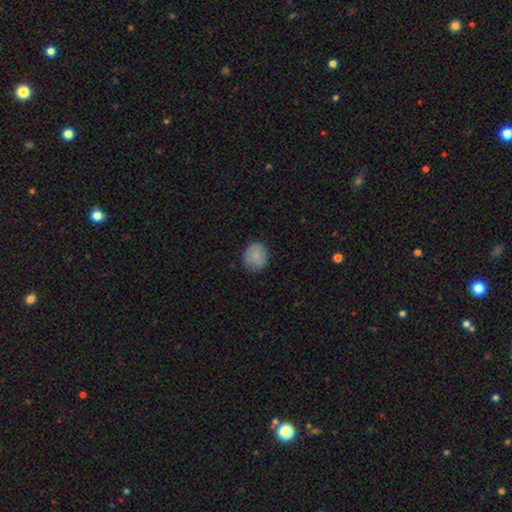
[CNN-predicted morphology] This appears to be a smooth galaxy with no disk features (82%) that is round (75%). Merging: none (80%).